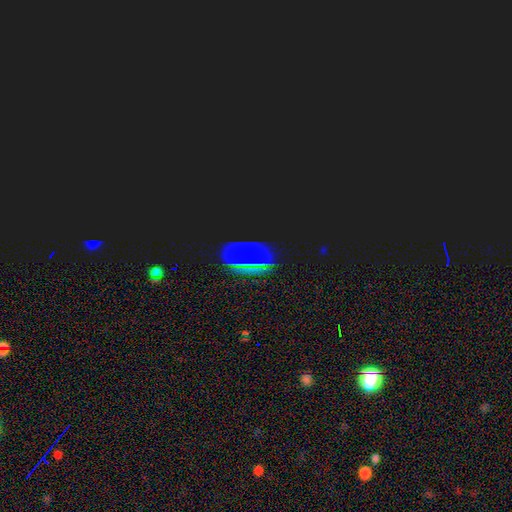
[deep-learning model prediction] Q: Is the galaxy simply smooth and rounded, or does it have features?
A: star or artifact — 51%.